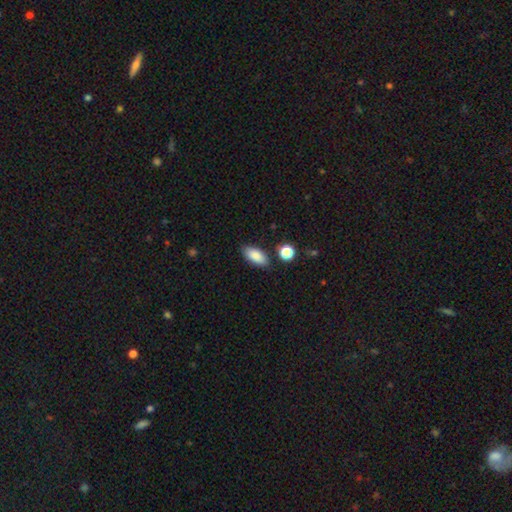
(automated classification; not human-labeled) smooth_or_featured: smooth (p=0.86) [alt: star or artifact p=0.08]
how_rounded: in between (p=0.89) [alt: cigar-shaped p=0.08]
merging: none (p=0.83) [alt: minor disturbance p=0.11]